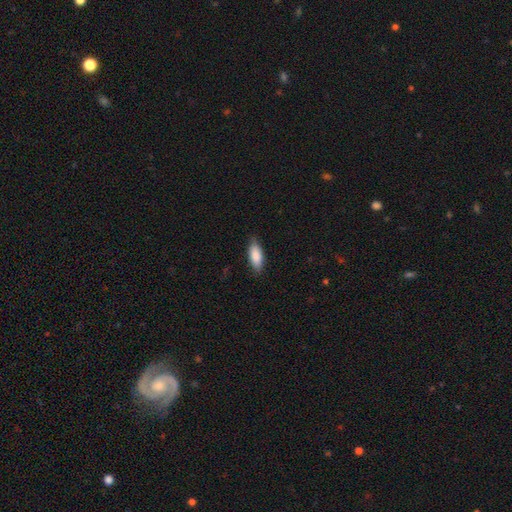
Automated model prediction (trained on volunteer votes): Overall: smooth (86%). How rounded: in between (76%). Merging: none (82%).